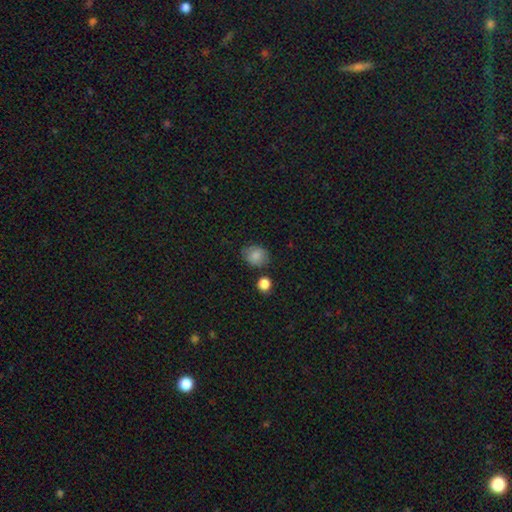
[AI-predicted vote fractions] Smooth or featured: smooth — 85% (star or artifact — 9%)
How rounded: round — 60% (in between — 39%)
Merging: none — 77% (minor disturbance — 15%)